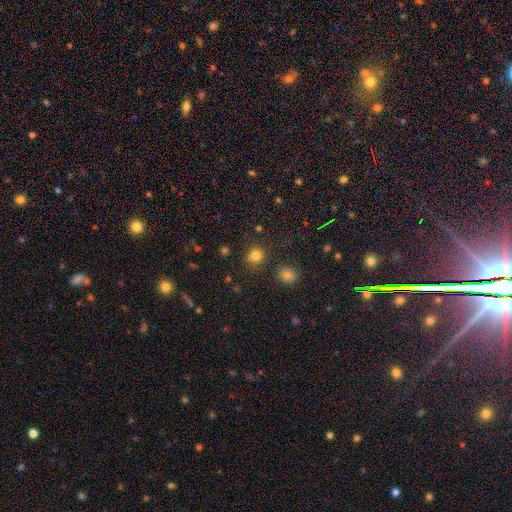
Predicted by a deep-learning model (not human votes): Q: Smooth or featured?
A: smooth (81%); runner-up: star or artifact (15%)
Q: How rounded?
A: round (83%); runner-up: in between (16%)
Q: Merging?
A: none (79%); runner-up: minor disturbance (12%)